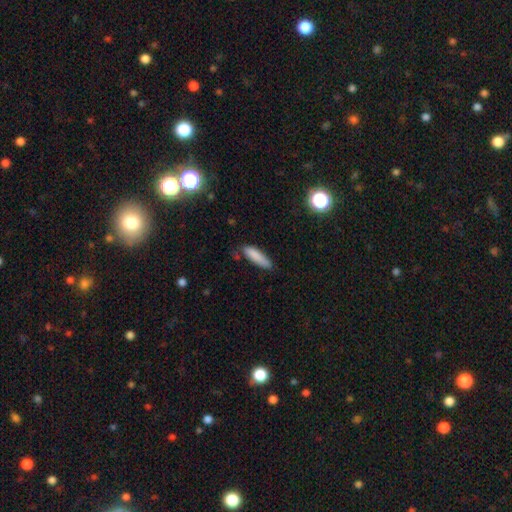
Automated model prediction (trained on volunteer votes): Smooth or featured? smooth (86%)
How rounded? cigar-shaped (68%)
Merging? none (71%)